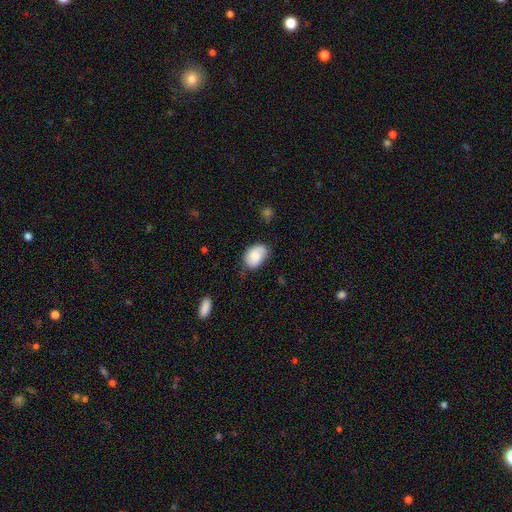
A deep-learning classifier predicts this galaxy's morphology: smooth 75%, featured or disk 18%, star or artifact 7%. Down the decision tree: how rounded — in between (83%); merging — none (56%).